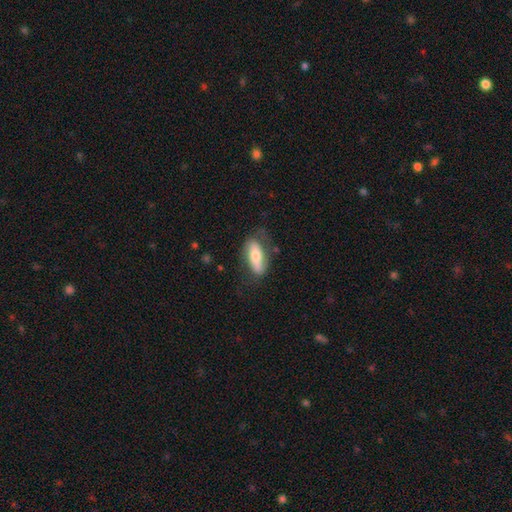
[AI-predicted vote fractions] Overall: smooth (59%; featured or disk 35%). How rounded: in between (70%). Merging: none (65%).